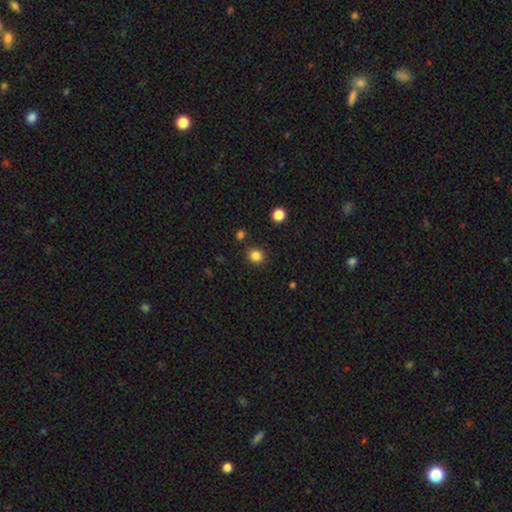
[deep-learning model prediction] Smooth or featured? Predicted: smooth (p=0.84). How rounded? Predicted: round (p=0.86). Merging? Predicted: none (p=0.86).